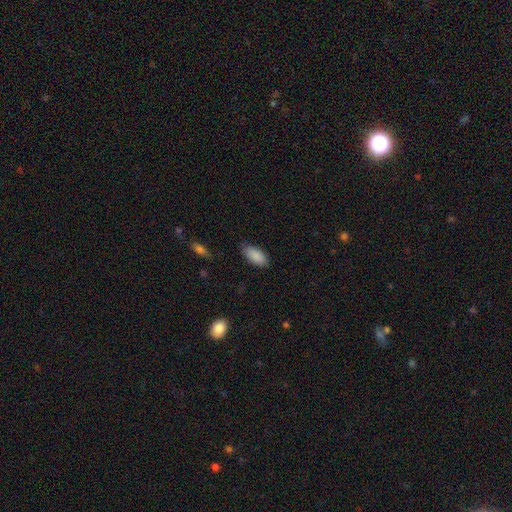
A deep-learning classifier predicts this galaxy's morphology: smooth 89%, star or artifact 7%, featured or disk 4%. Down the decision tree: how rounded — in between (91%); merging — none (79%).